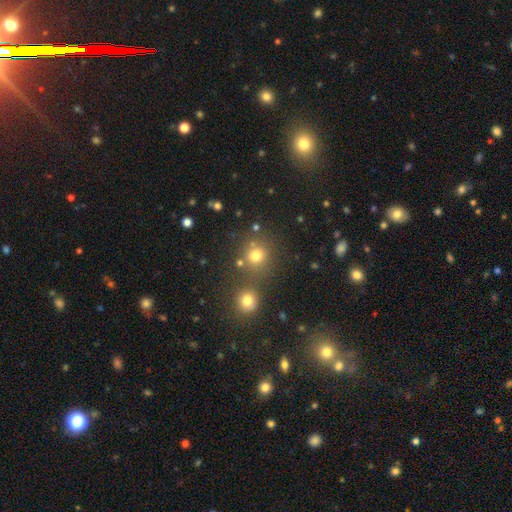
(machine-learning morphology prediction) A smooth galaxy with no disk features (74%) that is round (88%).

Vote fractions:
- Smooth or featured? smooth: 74% / star or artifact: 19% / featured or disk: 7%
- How rounded? round: 88% / in between: 11% / cigar-shaped: 1%
- Merging? none: 69% / merger: 18% / minor disturbance: 9% / major disturbance: 4%